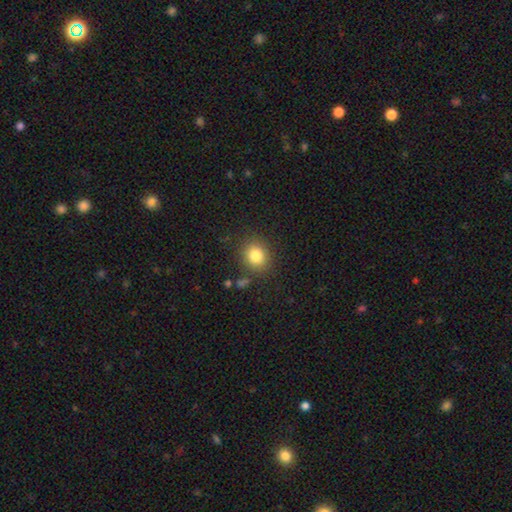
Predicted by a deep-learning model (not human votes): smooth-or-featured: smooth: 82% | star or artifact: 11% | featured or disk: 7%
  how-rounded: round: 76% | in between: 23% | cigar-shaped: 1%
  merging: none: 84% | minor disturbance: 10% | major disturbance: 4% | merger: 3%